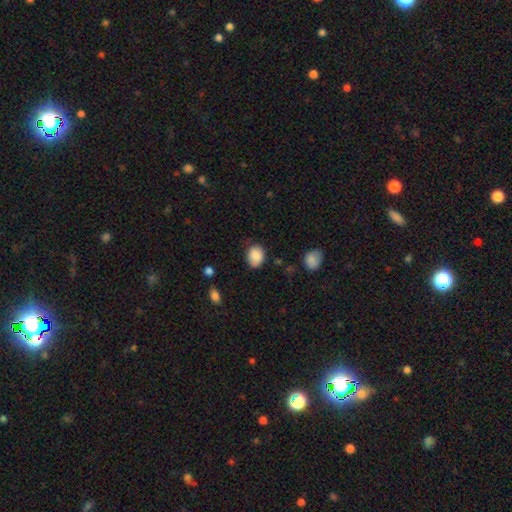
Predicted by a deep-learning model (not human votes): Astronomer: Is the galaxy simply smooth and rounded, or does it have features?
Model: smooth — 87%.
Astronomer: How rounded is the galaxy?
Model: in between — 58% (runner-up: round, 41%).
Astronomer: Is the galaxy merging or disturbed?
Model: none — 68%.